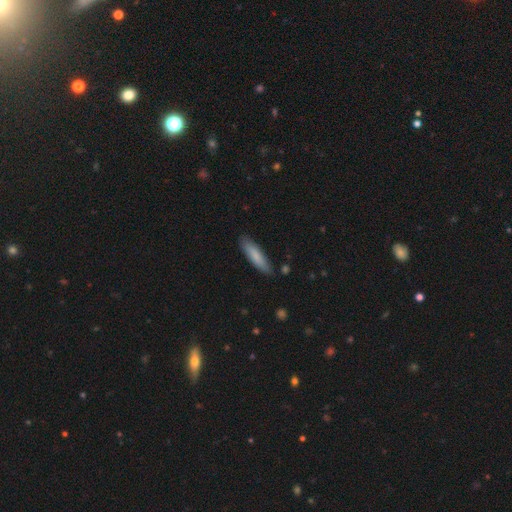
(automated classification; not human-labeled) Smooth or featured: smooth — 82% (featured or disk — 12%)
How rounded: cigar-shaped — 73% (in between — 26%)
Merging: none — 85% (minor disturbance — 12%)